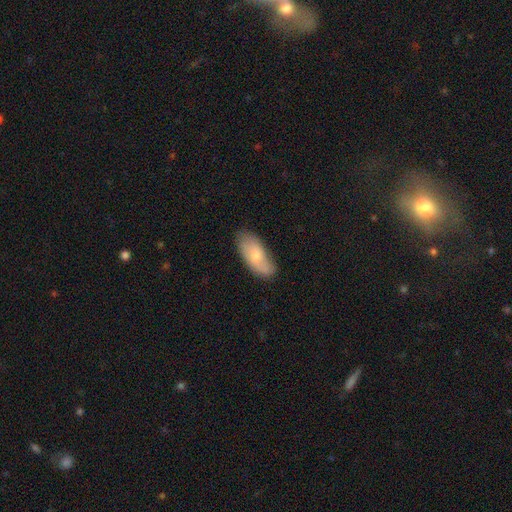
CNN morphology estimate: smooth 66%, featured or disk 28%, star or artifact 6%. Down the decision tree: how rounded — in between (87%); merging — none (69%).